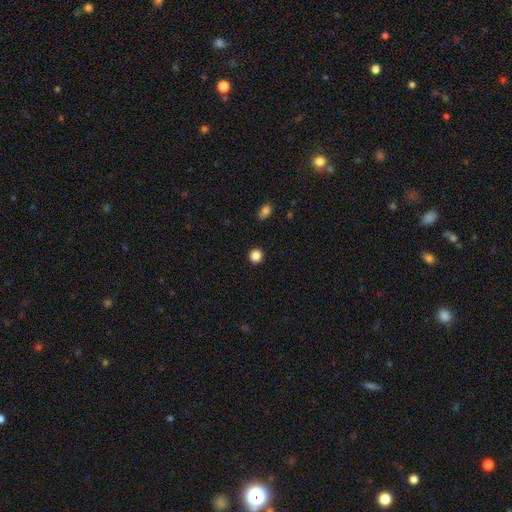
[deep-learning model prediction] A smooth galaxy with no disk features (86%) that is round (94%).

Vote fractions:
- Smooth or featured? smooth: 86% / star or artifact: 11% / featured or disk: 3%
- How rounded? round: 94% / in between: 5% / cigar-shaped: 1%
- Merging? none: 92% / minor disturbance: 5% / major disturbance: 2% / merger: 1%